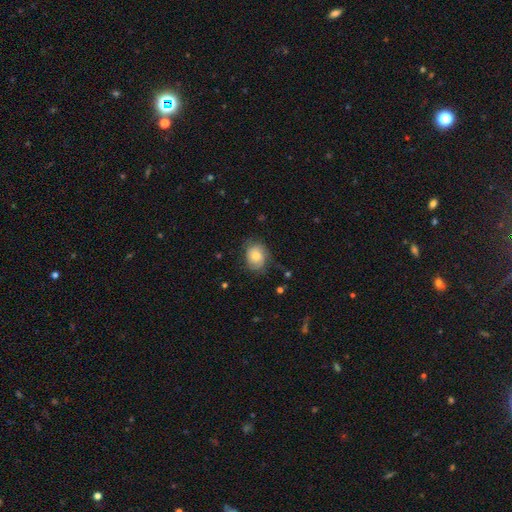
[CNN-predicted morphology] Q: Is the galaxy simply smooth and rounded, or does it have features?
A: smooth — 56%.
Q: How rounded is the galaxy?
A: round — 50%.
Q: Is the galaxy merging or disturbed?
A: none — 65%.